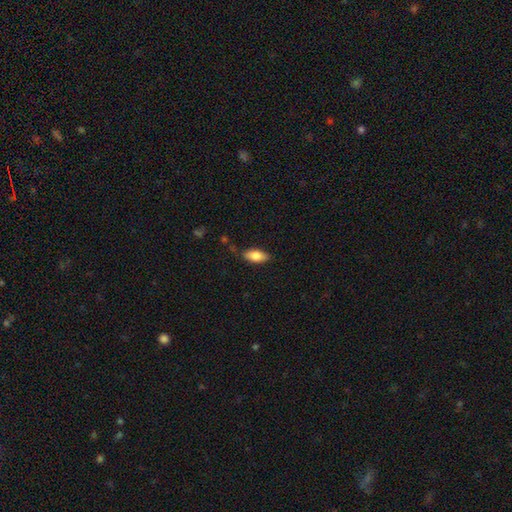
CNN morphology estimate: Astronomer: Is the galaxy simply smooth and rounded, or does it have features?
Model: smooth — 81%.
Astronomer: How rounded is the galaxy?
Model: in between — 87%.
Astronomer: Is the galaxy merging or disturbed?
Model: none — 77%.